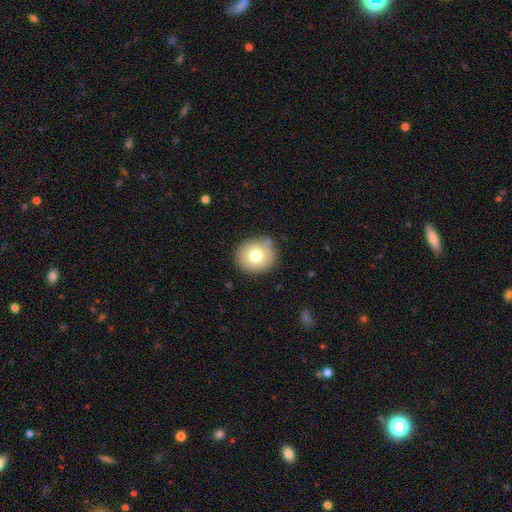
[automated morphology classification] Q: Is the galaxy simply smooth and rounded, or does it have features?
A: smooth — 73%.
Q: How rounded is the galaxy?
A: round — 84%.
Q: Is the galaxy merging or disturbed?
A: none — 81%.